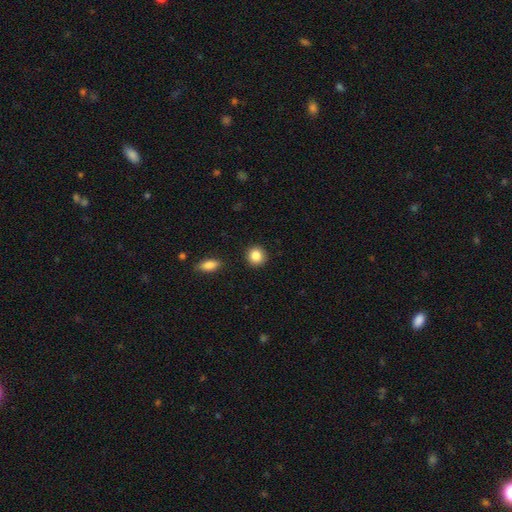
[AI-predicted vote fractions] The model was most divided on "smooth or featured": smooth: 86%, star or artifact: 9%, featured or disk: 5%. More confident: merging — none (90%); how rounded — round (88%).